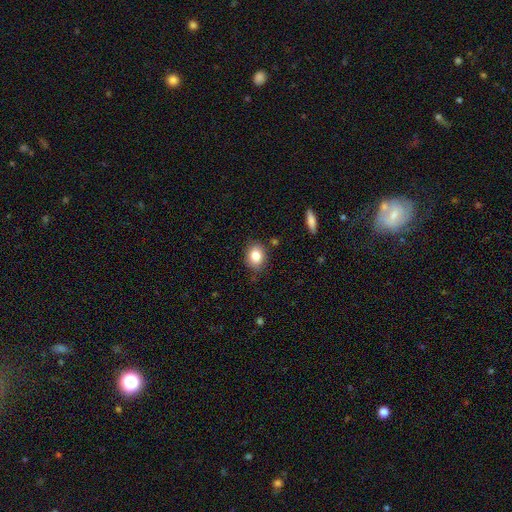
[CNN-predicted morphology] This appears to be a smooth galaxy with no disk features (83%) that is in between round and cigar-shaped (53%). Merging: none (83%).